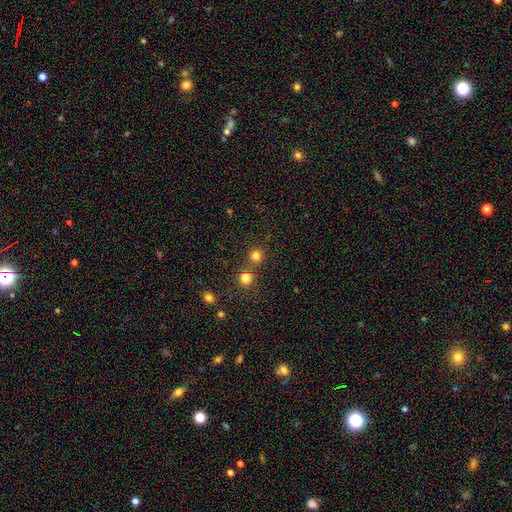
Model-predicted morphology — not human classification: This is likely a smooth galaxy (79%). How rounded: clearly round (93%). Merging: likely none (70%).